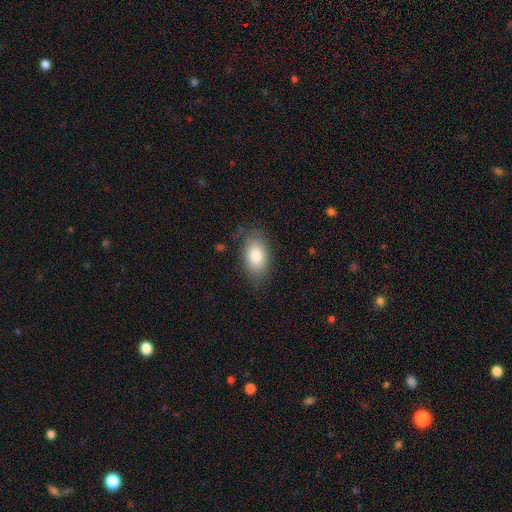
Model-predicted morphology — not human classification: The model was most divided on "merging": none: 79%, minor disturbance: 15%, major disturbance: 4%, merger: 1%. More confident: how rounded — in between (92%); smooth or featured — smooth (83%).